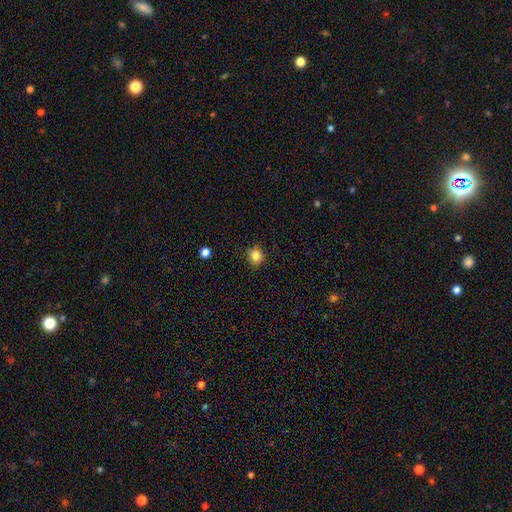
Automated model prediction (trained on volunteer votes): Overall: smooth (83%). How rounded: round (87%). Merging: none (89%).